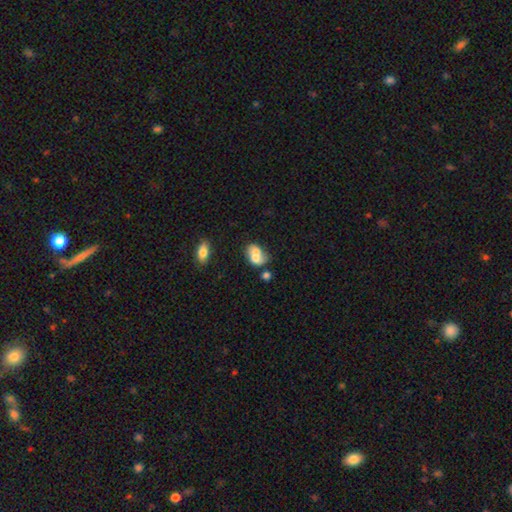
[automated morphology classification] Smooth or featured? Predicted: smooth (p=0.60). How rounded? Predicted: in between (p=0.81). Merging? Predicted: none (p=0.34).